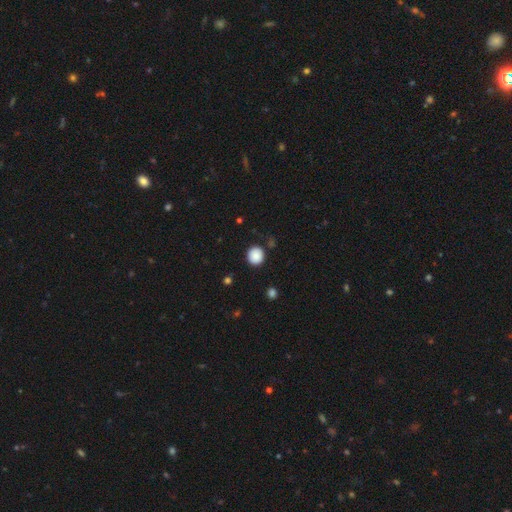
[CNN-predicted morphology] Q: Smooth or featured?
A: smooth (87%); runner-up: star or artifact (9%)
Q: How rounded?
A: round (90%); runner-up: in between (9%)
Q: Merging?
A: none (86%); runner-up: minor disturbance (9%)